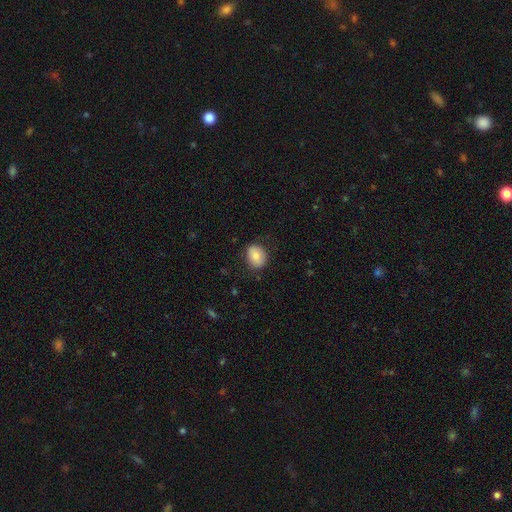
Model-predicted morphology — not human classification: The model was most divided on "how rounded": in between: 54%, round: 45%, cigar-shaped: 1%. More confident: smooth or featured — smooth (81%); merging — none (79%).